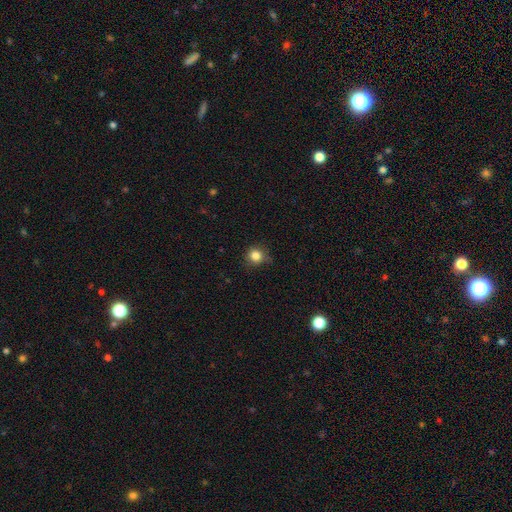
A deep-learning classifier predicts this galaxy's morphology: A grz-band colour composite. It shows a smooth galaxy with no disk features (83%) that is round (90%). Merging: none (77%).